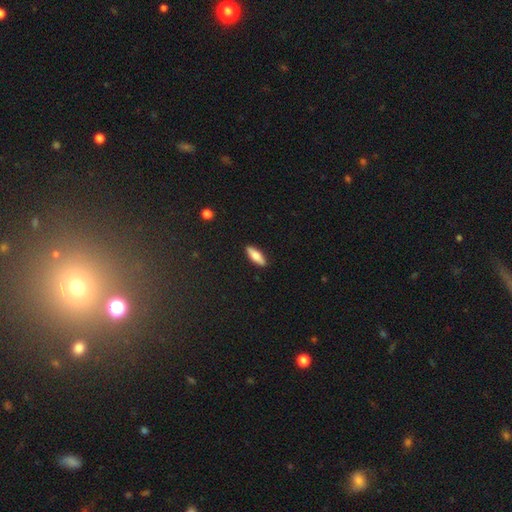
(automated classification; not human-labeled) Smooth or featured? Predicted: smooth (p=0.70). How rounded? Predicted: in between (p=0.51). Merging? Predicted: none (p=0.89).